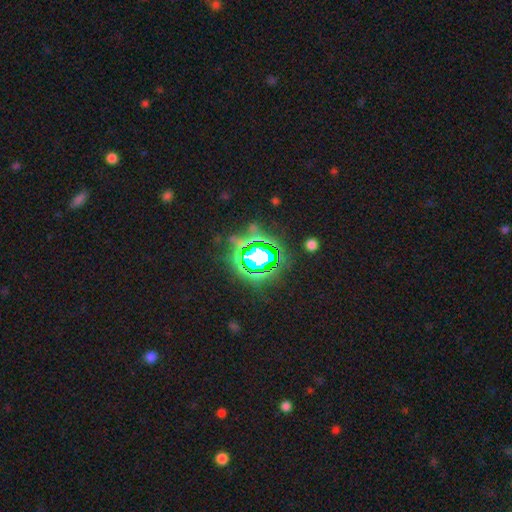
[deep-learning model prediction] Smooth or featured? Predicted: star or artifact (p=0.71).